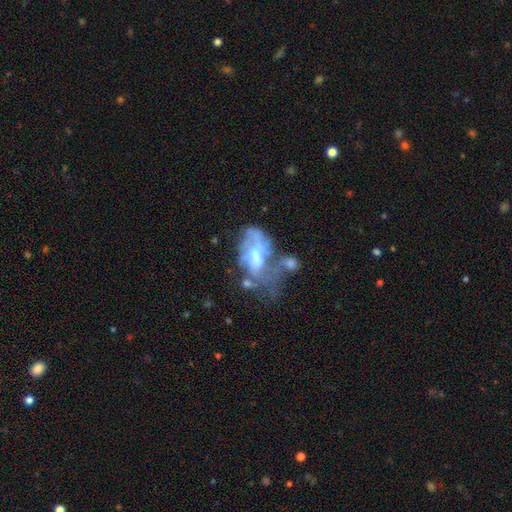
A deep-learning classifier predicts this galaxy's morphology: featured or disk 66%, smooth 24%, star or artifact 10%. Down the decision tree: edge-on disk — no (95%); bar — no (53%); spiral arms — no (54%); bulge size — moderate (47%); merging — major disturbance (36%).